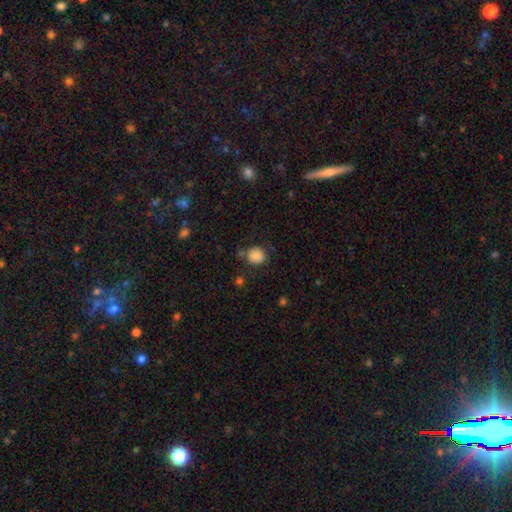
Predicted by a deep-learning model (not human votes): Morphology: type=smooth (83%); roundness=round (85%); merging=none (76%).